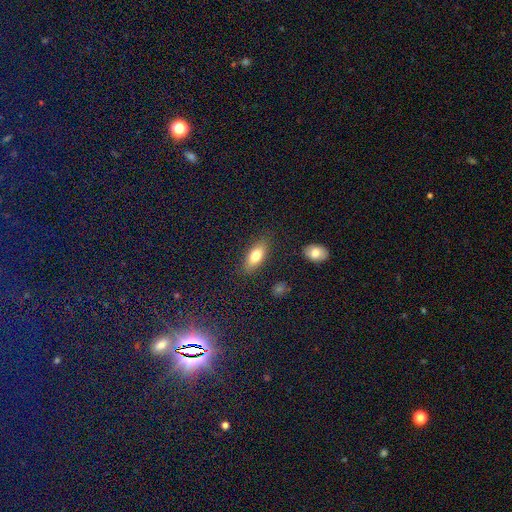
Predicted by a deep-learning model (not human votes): Smooth or featured?
  - smooth: 77% *
  - featured or disk: 16%
  - star or artifact: 8%
How rounded?
  - in between: 81% *
  - cigar-shaped: 15%
  - round: 4%
Merging?
  - none: 84% *
  - minor disturbance: 11%
  - major disturbance: 3%
  - merger: 2%